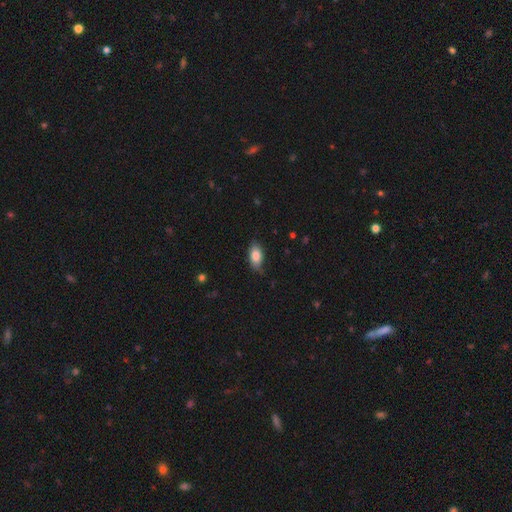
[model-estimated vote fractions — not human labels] A smooth galaxy with no disk features (83%) that is in between round and cigar-shaped (90%).

Vote fractions:
- Smooth or featured? smooth: 83% / featured or disk: 10% / star or artifact: 7%
- How rounded? in between: 90% / round: 5% / cigar-shaped: 5%
- Merging? none: 74% / minor disturbance: 22% / major disturbance: 3% / merger: 1%